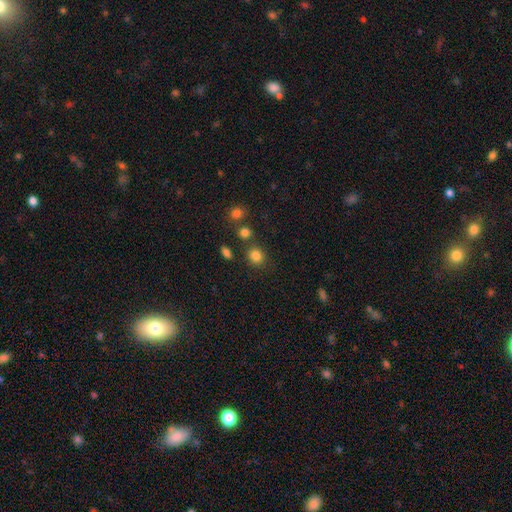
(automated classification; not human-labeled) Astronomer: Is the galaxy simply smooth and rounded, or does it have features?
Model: smooth — 83%.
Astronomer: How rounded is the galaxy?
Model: round — 70%.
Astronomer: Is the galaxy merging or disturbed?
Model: none — 77%.